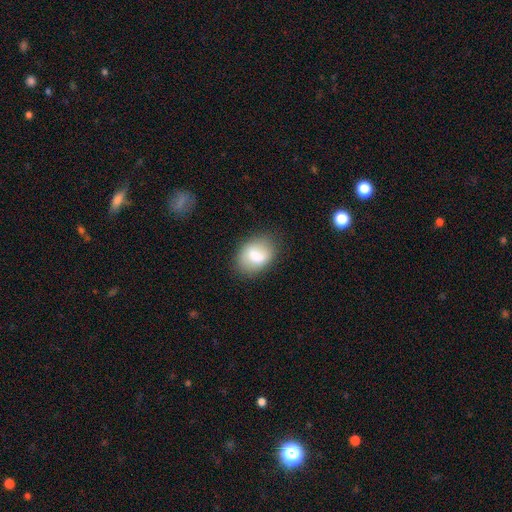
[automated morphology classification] Smooth or featured? Predicted: smooth (p=0.71). How rounded? Predicted: in between (p=0.71). Merging? Predicted: none (p=0.73).